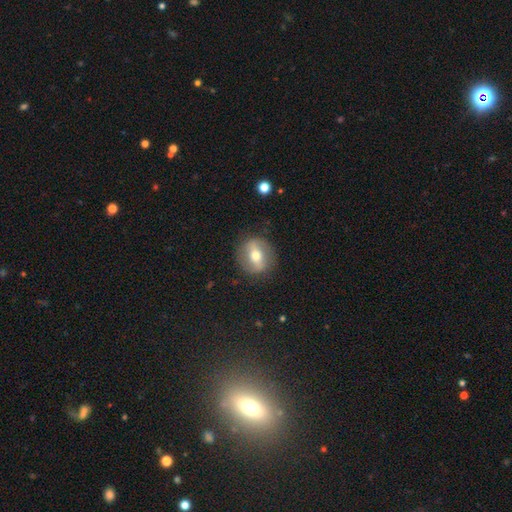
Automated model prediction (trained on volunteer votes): Smooth or featured: featured or disk — 55% (smooth — 38%)
Edge-on disk: no — 82% (yes — 18%)
Merging: none — 85% (minor disturbance — 10%)